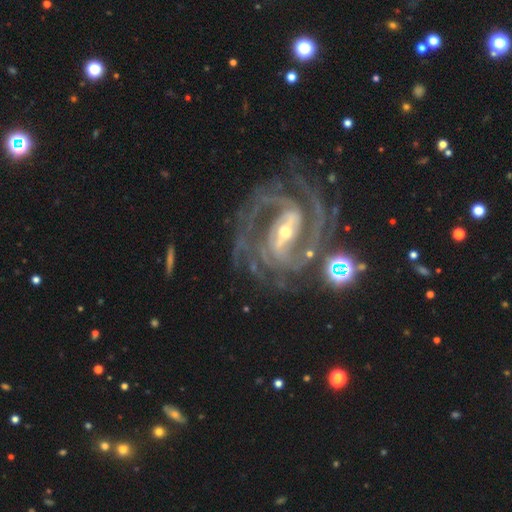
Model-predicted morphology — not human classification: type=featured or disk (92%); edge-on=no (97%); bar=strong (65%); spiral arms=yes (98%); winding=tight (57%); arm count=2 (50%); bulge=small (67%); merging=none (72%).